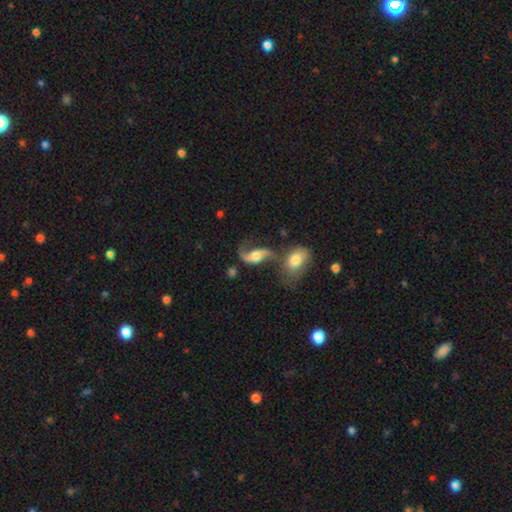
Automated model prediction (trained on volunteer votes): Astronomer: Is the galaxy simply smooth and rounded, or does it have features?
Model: featured or disk — 83%.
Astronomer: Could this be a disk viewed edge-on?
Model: no — 95%.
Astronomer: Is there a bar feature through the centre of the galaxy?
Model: no — 50% (runner-up: weak, 35%).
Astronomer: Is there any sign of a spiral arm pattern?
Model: yes — 94%.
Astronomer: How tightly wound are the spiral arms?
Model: loose — 84%.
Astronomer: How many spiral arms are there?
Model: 2 — 91%.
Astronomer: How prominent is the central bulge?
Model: moderate — 55%.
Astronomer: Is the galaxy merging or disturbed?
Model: none — 46% (runner-up: merger, 27%).